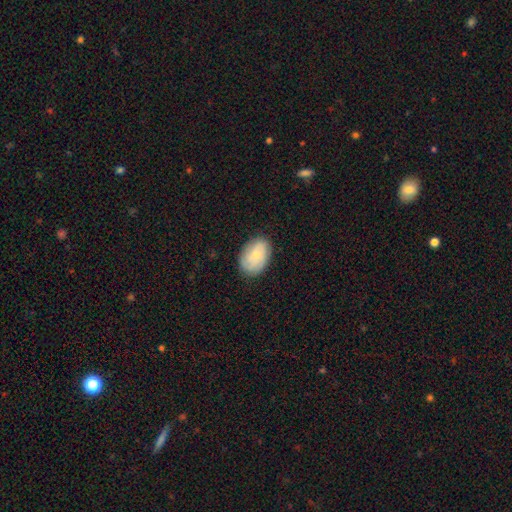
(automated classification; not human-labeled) Smooth or featured?
  - smooth: 65% *
  - featured or disk: 28%
  - star or artifact: 7%
How rounded?
  - in between: 85% *
  - round: 14%
  - cigar-shaped: 1%
Merging?
  - none: 81% *
  - minor disturbance: 15%
  - major disturbance: 3%
  - merger: 1%